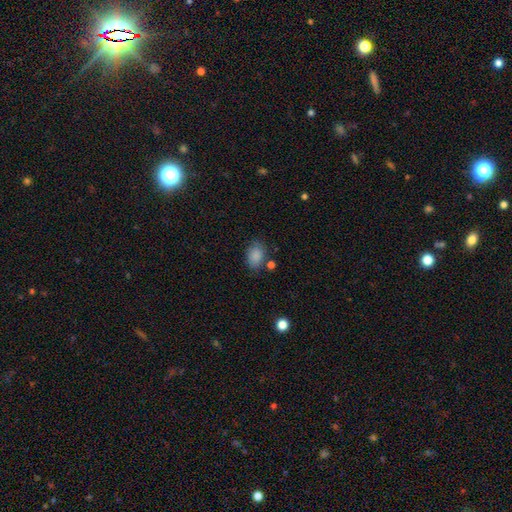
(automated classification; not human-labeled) Smooth or featured? smooth (86%)
How rounded? in between (78%)
Merging? none (73%)